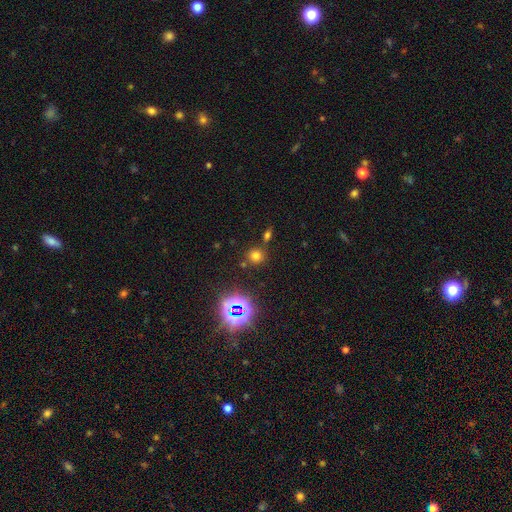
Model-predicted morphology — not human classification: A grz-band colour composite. It shows a smooth galaxy with no disk features (65%) that is round (89%). Merging: none (76%).